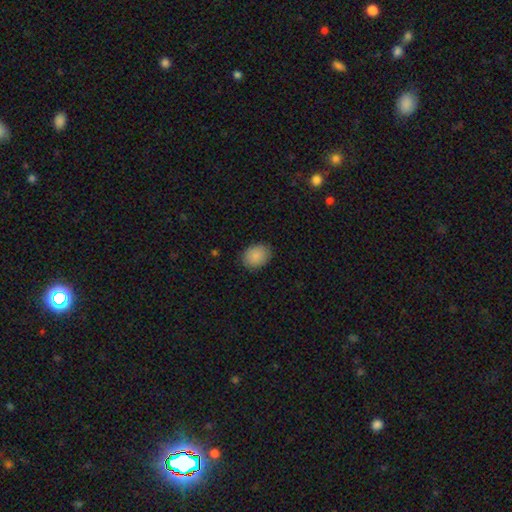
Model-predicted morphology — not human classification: Overall: smooth (88%). How rounded: in between (63%; round 36%). Merging: none (86%).